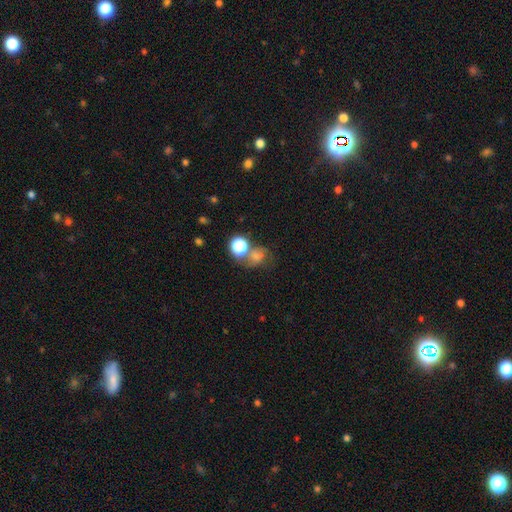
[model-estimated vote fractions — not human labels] Morphology: type=smooth (56%); roundness=round (67%); merging=none (44%).